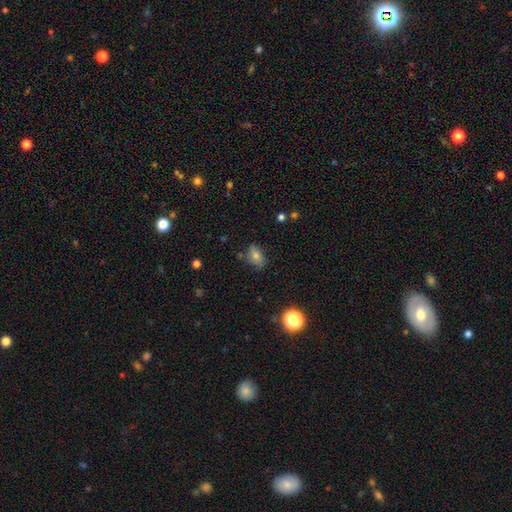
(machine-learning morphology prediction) Smooth or featured? smooth (70%)
How rounded? in between (81%)
Merging? none (73%)